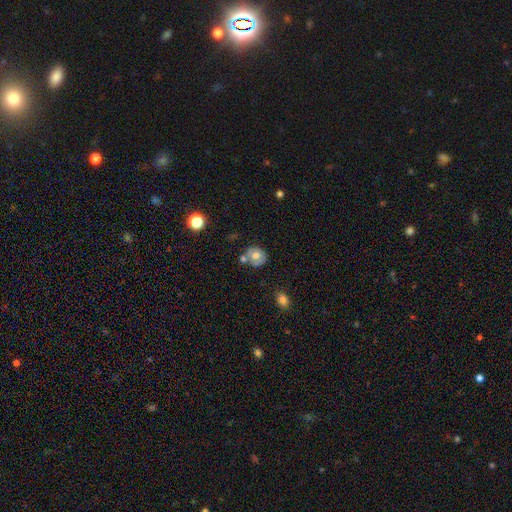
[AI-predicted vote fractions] This is possibly a smooth galaxy (57%). How rounded: likely round (71%). Merging: possibly none (55%).